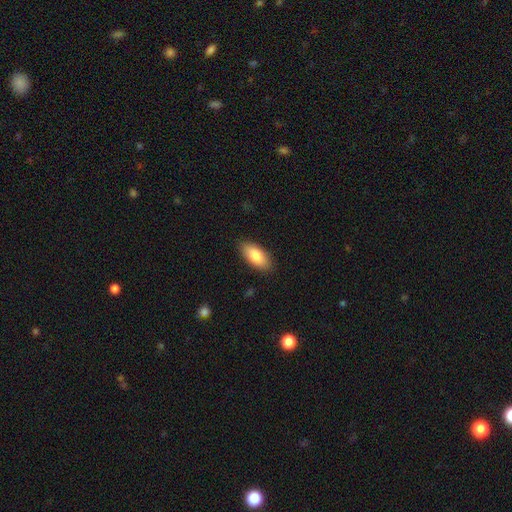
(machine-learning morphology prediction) smooth-or-featured: smooth: 84% | featured or disk: 10% | star or artifact: 6%
  how-rounded: in between: 88% | cigar-shaped: 9% | round: 2%
  merging: none: 87% | minor disturbance: 10% | major disturbance: 2% | merger: 1%